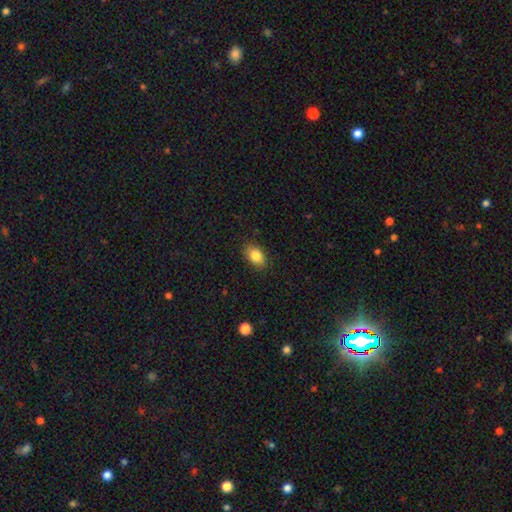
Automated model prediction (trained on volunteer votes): Q: Smooth or featured?
A: smooth (84%); runner-up: star or artifact (8%)
Q: How rounded?
A: in between (84%); runner-up: round (15%)
Q: Merging?
A: none (87%); runner-up: minor disturbance (10%)